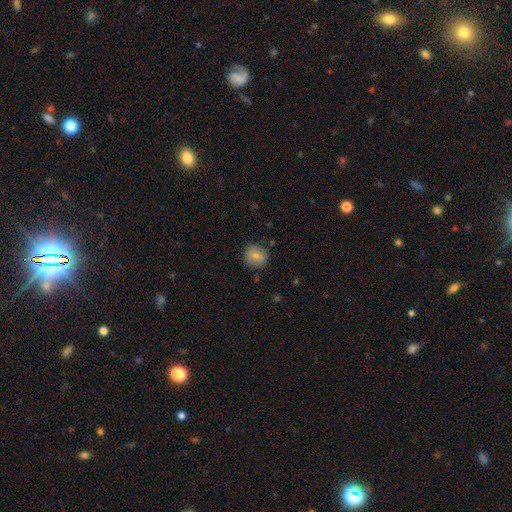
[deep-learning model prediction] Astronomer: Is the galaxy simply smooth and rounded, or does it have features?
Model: smooth — 80%.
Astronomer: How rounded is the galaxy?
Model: round — 87%.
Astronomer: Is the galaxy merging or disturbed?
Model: none — 84%.